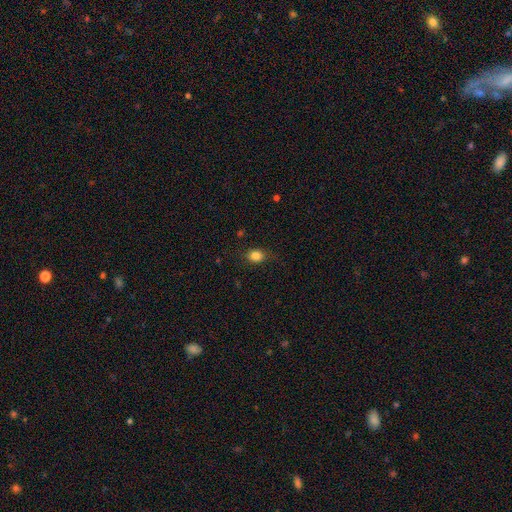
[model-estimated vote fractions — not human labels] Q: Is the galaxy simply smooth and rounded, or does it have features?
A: smooth — 84%.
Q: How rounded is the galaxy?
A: round — 52%.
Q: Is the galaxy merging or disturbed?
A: none — 80%.